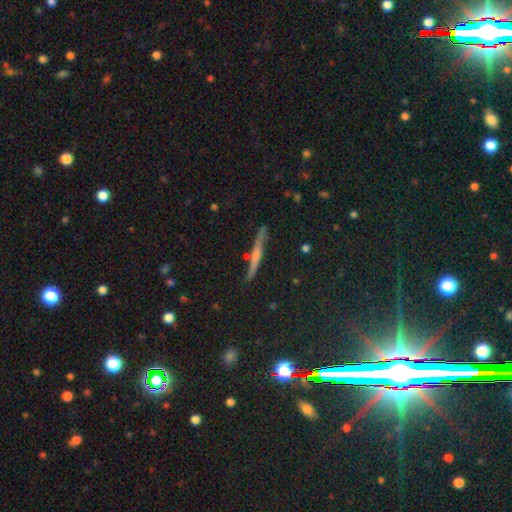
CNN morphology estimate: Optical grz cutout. It shows a featured or disk galaxy (49%). Merging: none (83%).